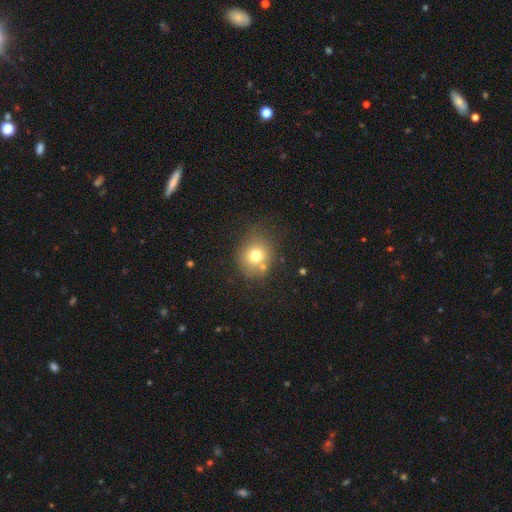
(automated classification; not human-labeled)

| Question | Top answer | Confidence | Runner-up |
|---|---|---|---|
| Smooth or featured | smooth | 71% | featured or disk (15%) |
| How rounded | round | 78% | in between (22%) |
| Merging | none | 65% | minor disturbance (17%) |